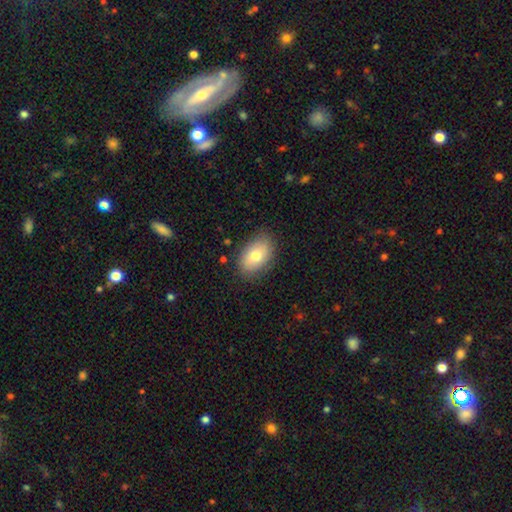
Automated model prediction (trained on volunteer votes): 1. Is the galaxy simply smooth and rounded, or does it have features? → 74% smooth, 19% featured or disk, 7% star or artifact.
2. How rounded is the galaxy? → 88% in between, 11% round, 1% cigar-shaped.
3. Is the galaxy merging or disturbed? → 83% none, 13% minor disturbance, 3% major disturbance, 1% merger.